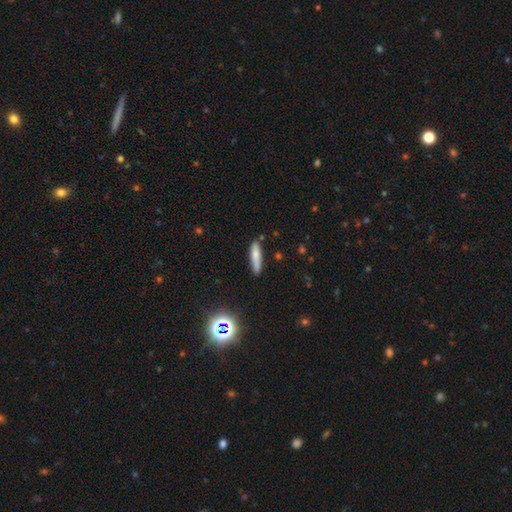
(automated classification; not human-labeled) The model was most divided on "how rounded": cigar-shaped: 75%, in between: 23%, round: 2%. More confident: merging — none (81%); smooth or featured — smooth (74%).